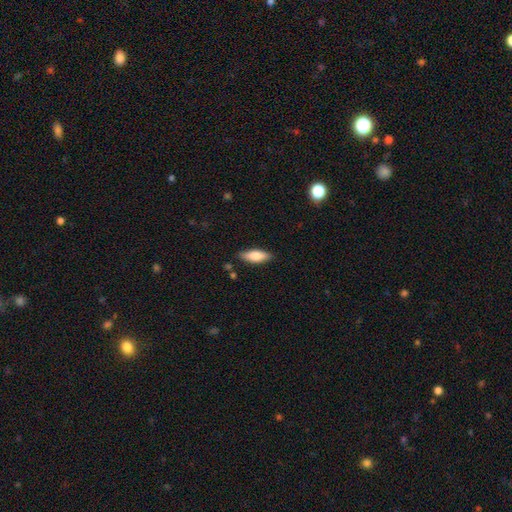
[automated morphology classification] Smooth or featured: smooth — 78% (featured or disk — 16%)
How rounded: in between — 67% (cigar-shaped — 31%)
Merging: none — 84% (minor disturbance — 12%)